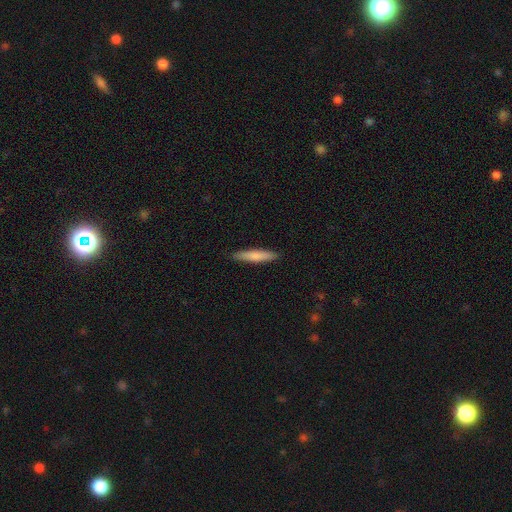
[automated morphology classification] Overall: smooth (76%). How rounded: cigar-shaped (90%). Merging: none (90%).